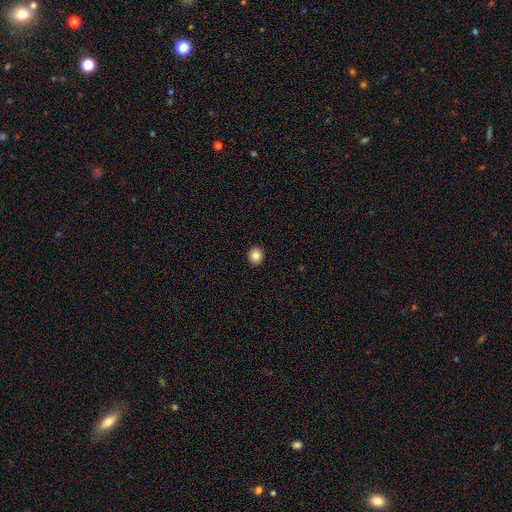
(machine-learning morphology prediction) smooth-or-featured: smooth: 85% | star or artifact: 10% | featured or disk: 6%
  how-rounded: round: 90% | in between: 9% | cigar-shaped: 1%
  merging: none: 93% | minor disturbance: 4% | major disturbance: 1% | merger: 1%